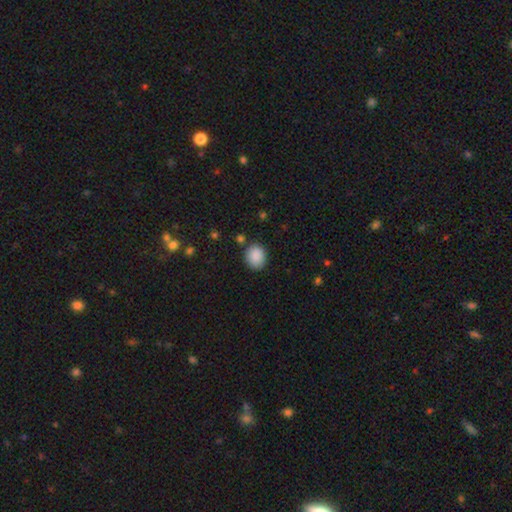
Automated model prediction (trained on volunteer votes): smooth_or_featured: smooth (p=0.89) [alt: star or artifact p=0.08]
how_rounded: round (p=0.59) [alt: in between p=0.40]
merging: none (p=0.83) [alt: minor disturbance p=0.11]